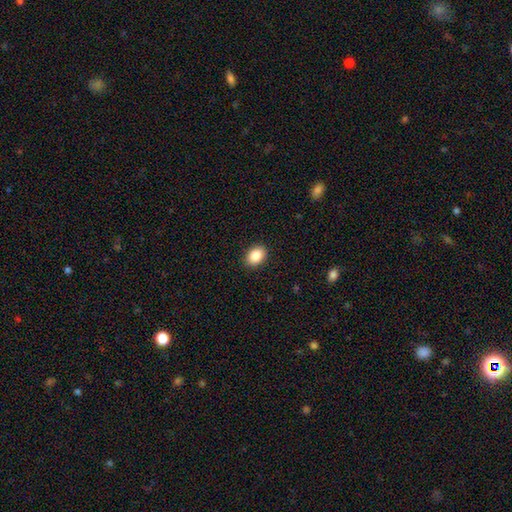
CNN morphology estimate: smooth 87%, star or artifact 8%, featured or disk 5%. Down the decision tree: how rounded — in between (69%); merging — none (90%).